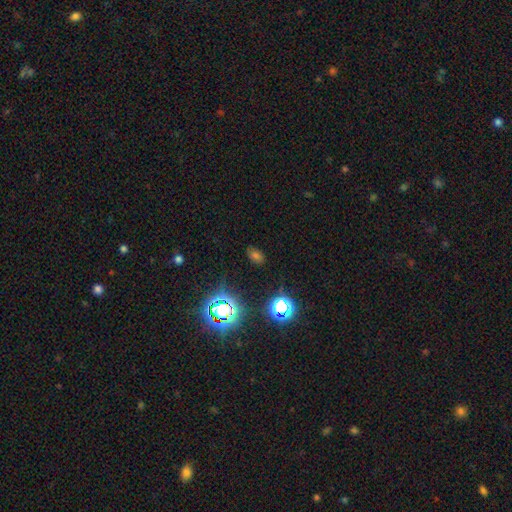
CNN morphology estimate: This is possibly a smooth galaxy (49%). Merging: clearly none (80%).